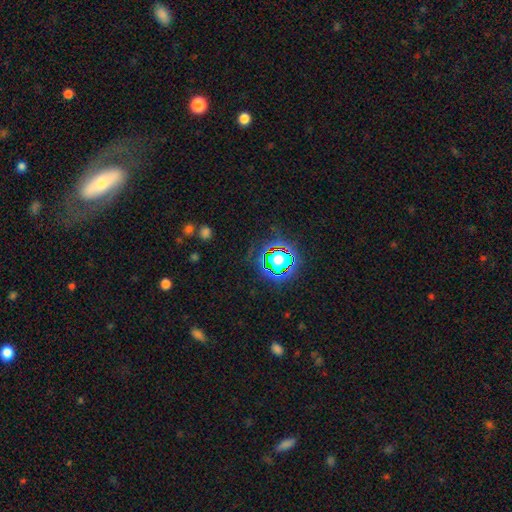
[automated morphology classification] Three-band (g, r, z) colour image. It shows a star or artifact, not a galaxy (52%).